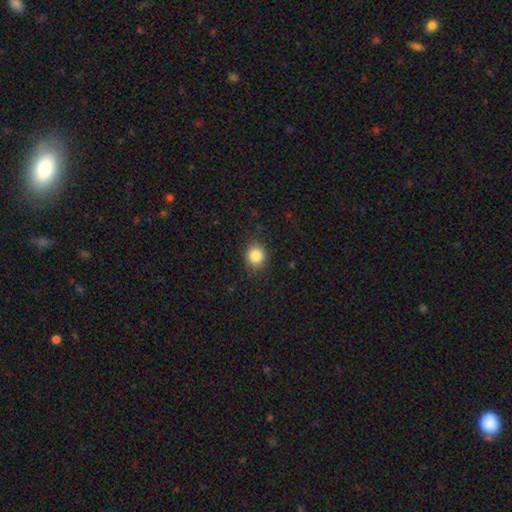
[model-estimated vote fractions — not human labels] This is clearly a smooth galaxy (85%). How rounded: likely round (75%). Merging: clearly none (87%).